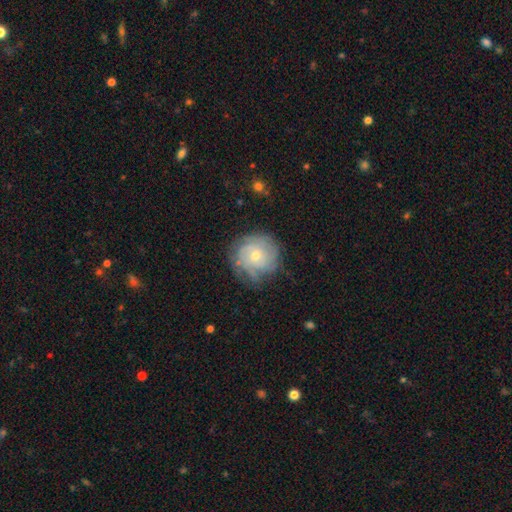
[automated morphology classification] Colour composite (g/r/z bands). It shows a featured or disk galaxy (71%) with no bar (77%), tight (72%) spiral arms (90%) and a small central bulge (49%). Merging: none (76%).